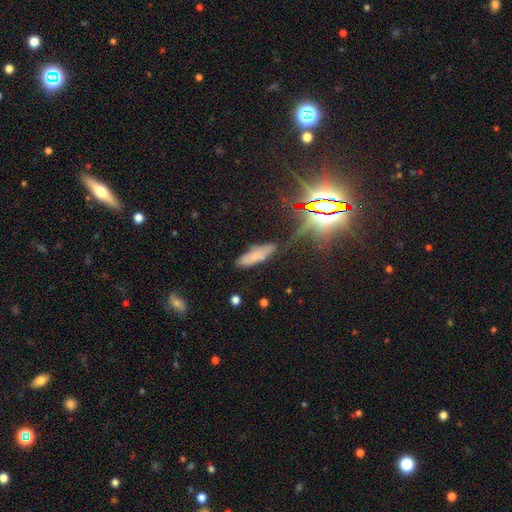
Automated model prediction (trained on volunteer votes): Smooth or featured: smooth — 60% (featured or disk — 22%)
How rounded: cigar-shaped — 53% (in between — 44%)
Merging: none — 63% (minor disturbance — 24%)